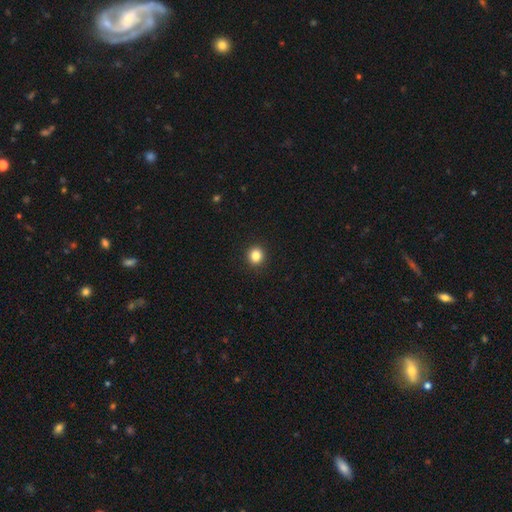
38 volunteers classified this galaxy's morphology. Smooth or featured? smooth (87%)
How rounded? round (88%)
Merging? none (92%)